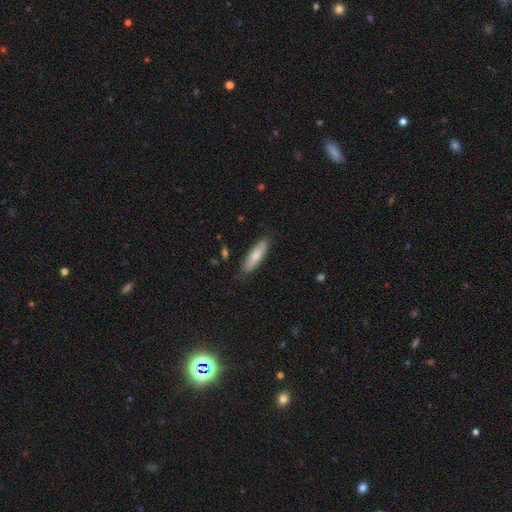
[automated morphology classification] smooth_or_featured: smooth (p=0.74) [alt: featured or disk p=0.21]
how_rounded: cigar-shaped (p=0.56) [alt: in between p=0.42]
merging: none (p=0.83) [alt: minor disturbance p=0.13]